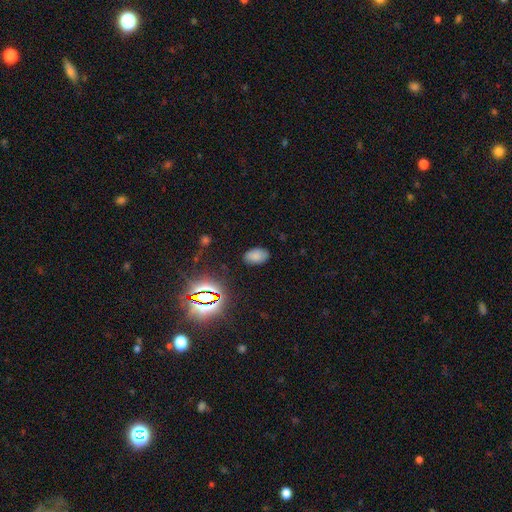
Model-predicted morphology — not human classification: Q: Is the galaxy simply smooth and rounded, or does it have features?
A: smooth — 74%.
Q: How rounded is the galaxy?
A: in between — 90%.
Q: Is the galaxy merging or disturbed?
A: none — 84%.